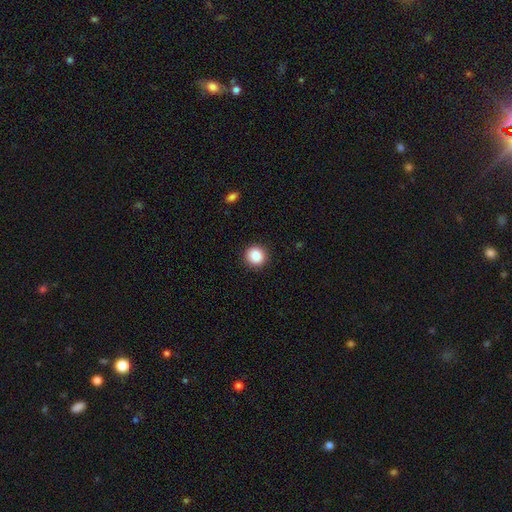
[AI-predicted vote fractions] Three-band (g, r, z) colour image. It shows a smooth galaxy with no disk features (88%) that is round (93%). Merging: none (92%).